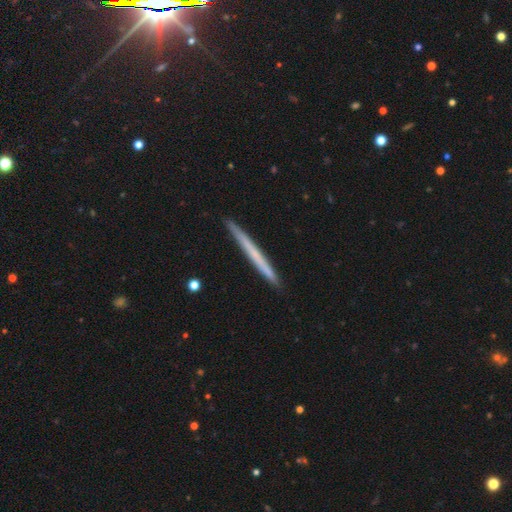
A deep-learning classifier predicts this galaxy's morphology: A smooth galaxy with no disk features (50%) that is cigar-shaped (98%).

Vote fractions:
- Smooth or featured? smooth: 50% / featured or disk: 44% / star or artifact: 5%
- How rounded? cigar-shaped: 98% / in between: 1% / round: 1%
- Merging? none: 91% / minor disturbance: 6% / merger: 1% / major disturbance: 1%